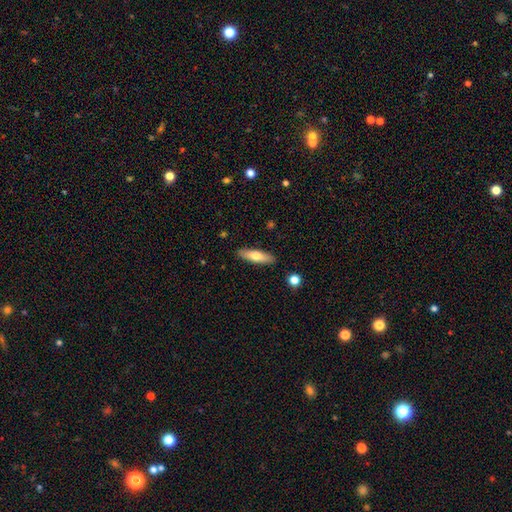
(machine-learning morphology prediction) A smooth galaxy with no disk features (66%) that is cigar-shaped (59%). Merging: none (89%).